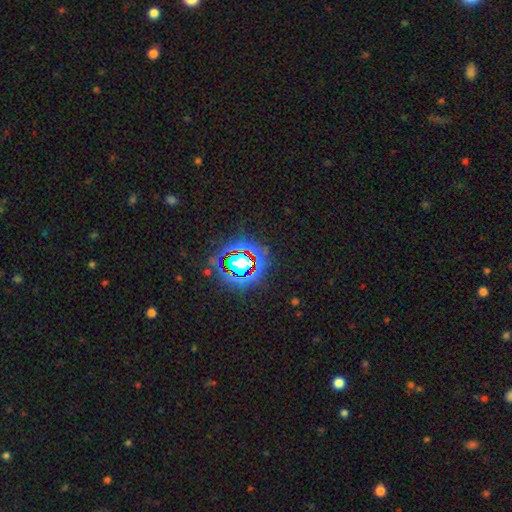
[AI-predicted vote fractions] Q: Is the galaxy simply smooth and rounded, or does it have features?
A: star or artifact — 81%.